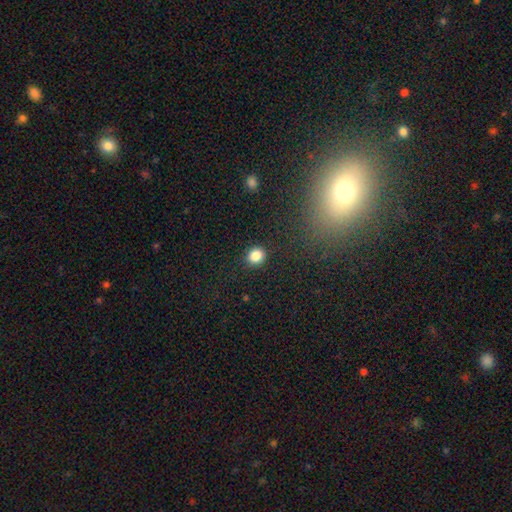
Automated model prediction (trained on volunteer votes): This appears to be a smooth galaxy with no disk features (85%) that is round (82%). Merging: none (90%).